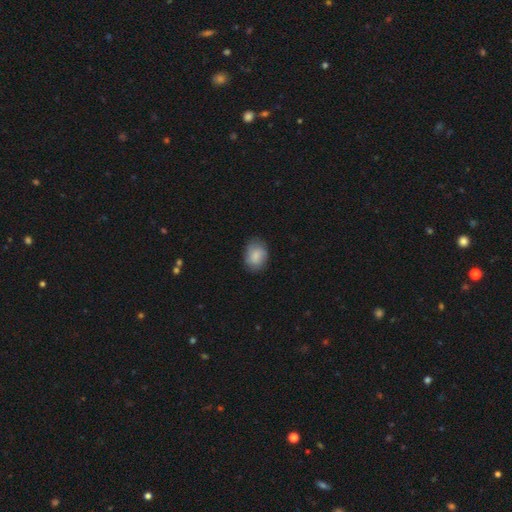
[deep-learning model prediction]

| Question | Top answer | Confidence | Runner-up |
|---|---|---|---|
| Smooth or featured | smooth | 82% | featured or disk (11%) |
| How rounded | in between | 66% | round (33%) |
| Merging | none | 74% | minor disturbance (20%) |